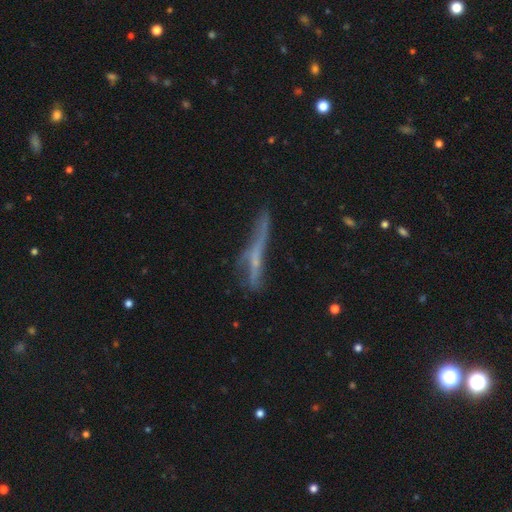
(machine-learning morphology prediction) smooth-or-featured: featured or disk: 51% | smooth: 37% | star or artifact: 12%
  disk-edge-on: yes: 76% | no: 24%
  merging: none: 48% | minor disturbance: 28% | major disturbance: 19% | merger: 5%